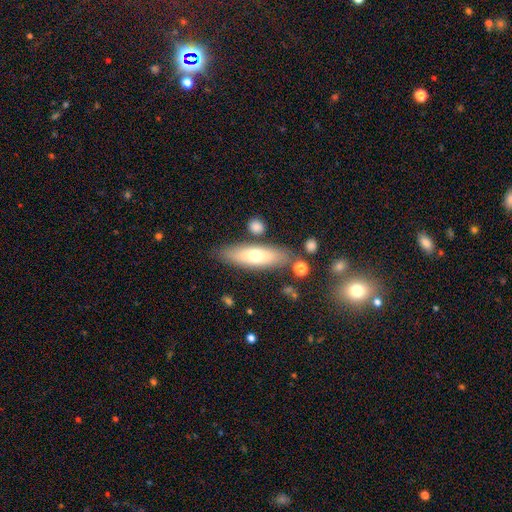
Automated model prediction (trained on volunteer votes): A smooth galaxy with no disk features (62%) that is cigar-shaped (56%).

Vote fractions:
- Smooth or featured? smooth: 62% / featured or disk: 32% / star or artifact: 7%
- How rounded? cigar-shaped: 56% / in between: 42% / round: 2%
- Merging? none: 80% / minor disturbance: 12% / merger: 5% / major disturbance: 3%